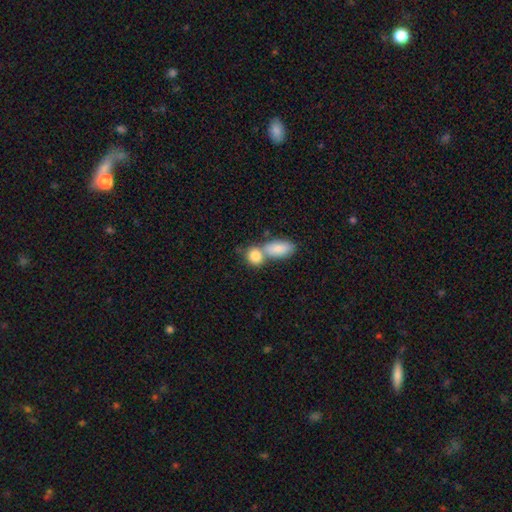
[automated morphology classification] Smooth or featured? smooth (84%)
How rounded? in between (55%)
Merging? merger (51%)